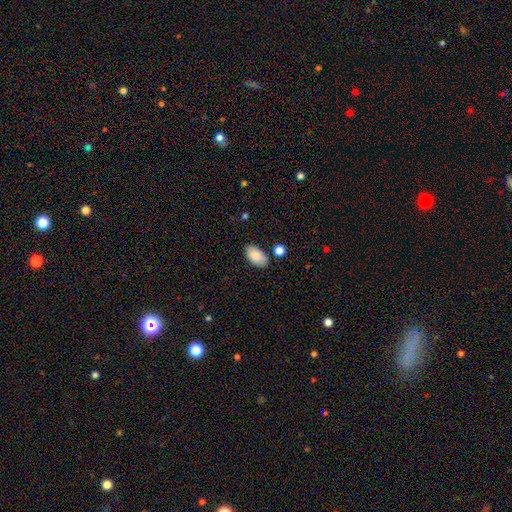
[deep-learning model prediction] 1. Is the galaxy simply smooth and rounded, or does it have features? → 88% smooth, 7% star or artifact, 5% featured or disk.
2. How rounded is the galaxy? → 95% in between, 3% round, 2% cigar-shaped.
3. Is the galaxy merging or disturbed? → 79% none, 13% minor disturbance, 5% merger, 3% major disturbance.